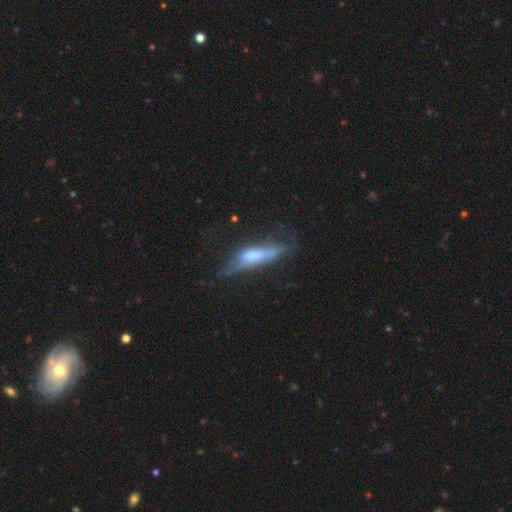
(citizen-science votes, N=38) Smooth or featured?
  - featured or disk: 61% *
  - smooth: 34%
  - star or artifact: 5%
Edge-on disk?
  - yes: 70% *
  - no: 30%
Edge-on bulge?
  - rounded: 69% *
  - none: 19%
  - boxy: 12%
Merging?
  - none: 44% *
  - major disturbance: 33%
  - minor disturbance: 17%
  - merger: 6%